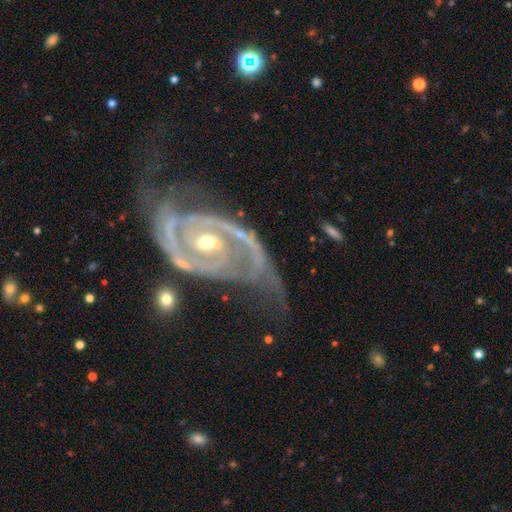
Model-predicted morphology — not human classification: featured or disk 93%, star or artifact 5%, smooth 3%. Down the decision tree: edge-on disk — no (97%); bar — no (48%); spiral arms — yes (98%); spiral arm count — 2 (82%); spiral winding — tight (47%); bulge size — moderate (54%); merging — none (47%).